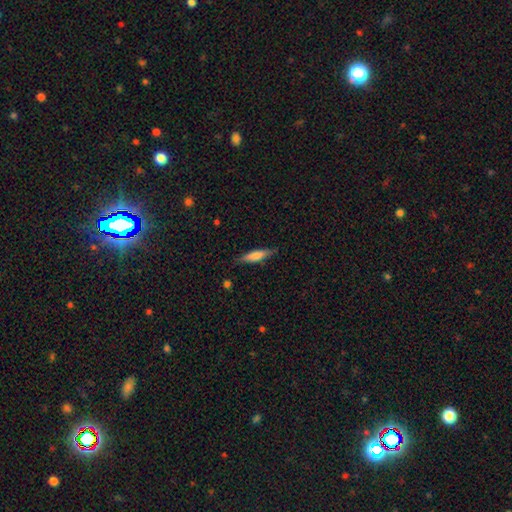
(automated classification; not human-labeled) Smooth or featured? Predicted: smooth (p=0.65). How rounded? Predicted: cigar-shaped (p=0.78). Merging? Predicted: none (p=0.84).